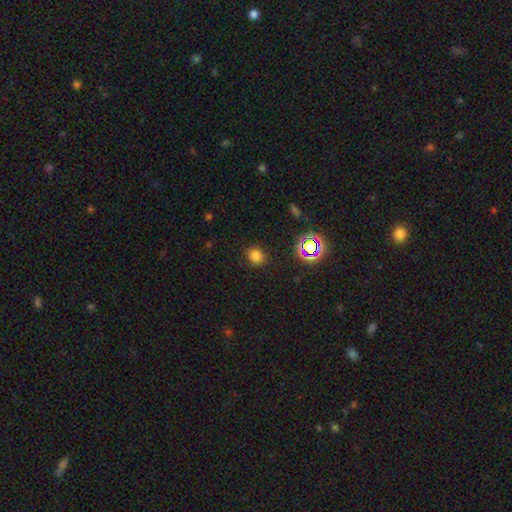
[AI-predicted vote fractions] This appears to be a smooth galaxy with no disk features (76%) that is round (72%). Merging: none (86%).